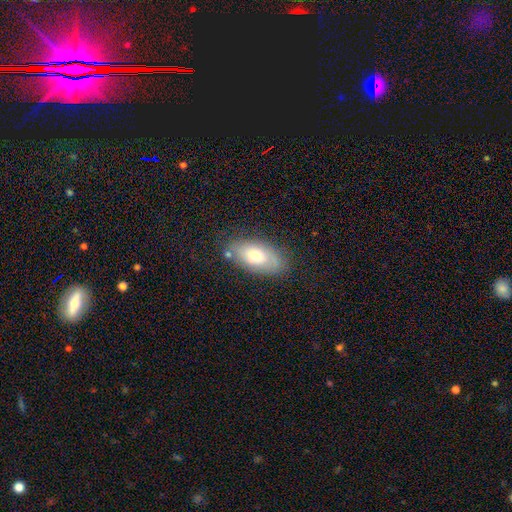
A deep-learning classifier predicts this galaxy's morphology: Smooth or featured: smooth — 70% (featured or disk — 23%)
How rounded: in between — 91% (cigar-shaped — 5%)
Merging: none — 76% (minor disturbance — 16%)